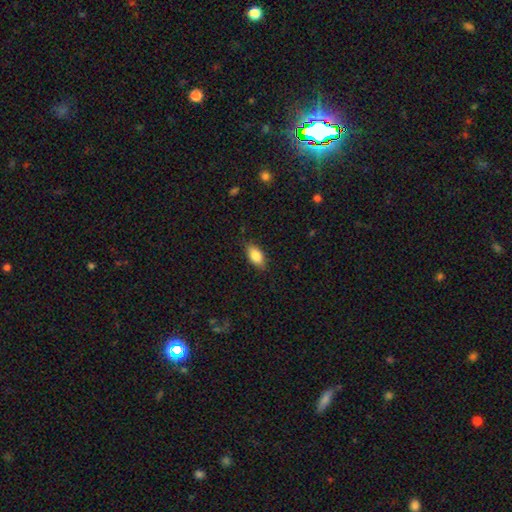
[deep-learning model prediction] Overall: smooth (85%). How rounded: in between (90%). Merging: none (83%).